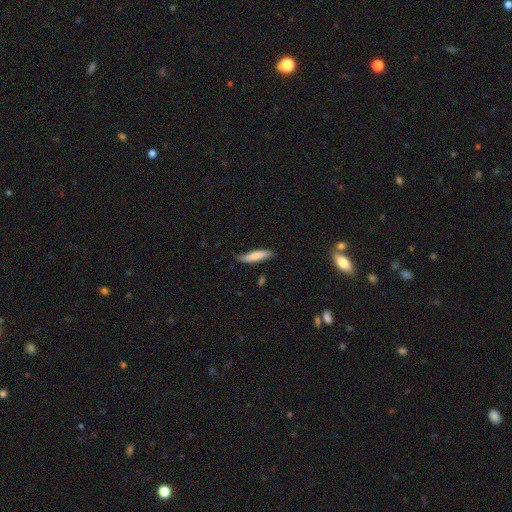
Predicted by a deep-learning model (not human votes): Smooth or featured: smooth — 79% (featured or disk — 15%)
How rounded: cigar-shaped — 81% (in between — 18%)
Merging: none — 79% (minor disturbance — 16%)